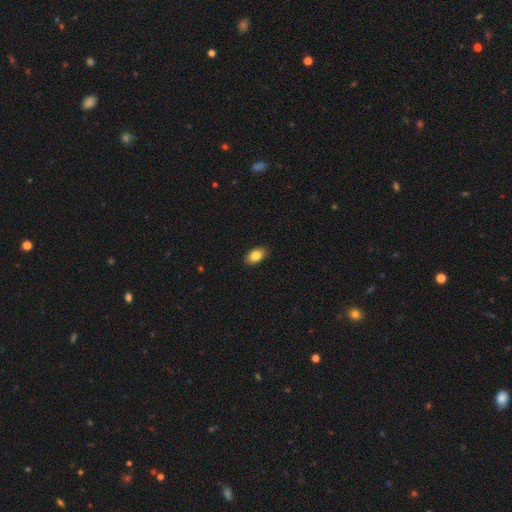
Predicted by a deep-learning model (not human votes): Smooth or featured: smooth — 84% (featured or disk — 9%)
How rounded: in between — 91% (round — 7%)
Merging: none — 89% (minor disturbance — 8%)